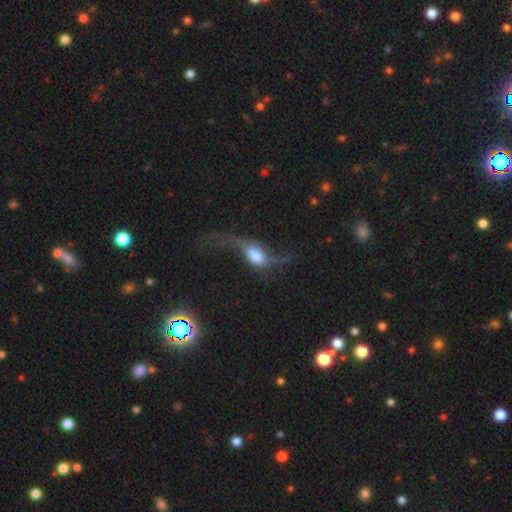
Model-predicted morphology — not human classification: This appears to be a featured or disk galaxy (63%). Merging: major disturbance (49%).